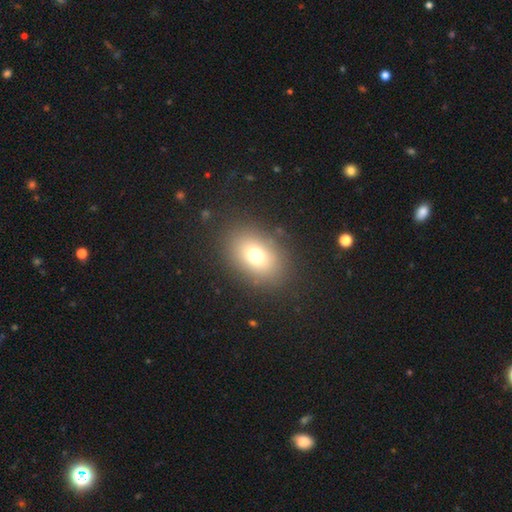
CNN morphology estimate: A smooth galaxy with no disk features (72%) that is in between round and cigar-shaped (68%).

Vote fractions:
- Smooth or featured? smooth: 72% / star or artifact: 15% / featured or disk: 13%
- How rounded? in between: 68% / round: 31% / cigar-shaped: 1%
- Merging? none: 84% / minor disturbance: 9% / major disturbance: 5% / merger: 1%